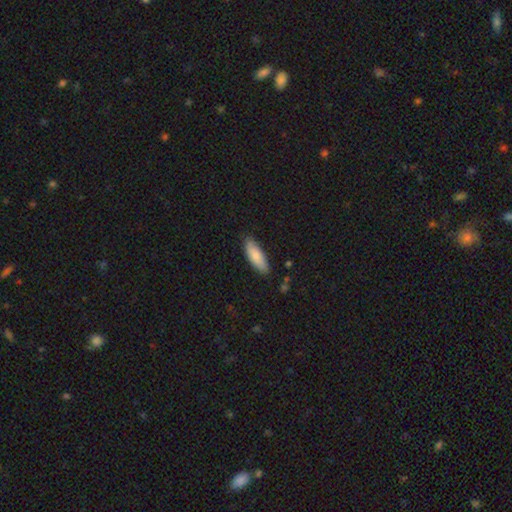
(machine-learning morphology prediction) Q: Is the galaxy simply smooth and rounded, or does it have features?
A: smooth — 84%.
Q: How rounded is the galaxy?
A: in between — 61%.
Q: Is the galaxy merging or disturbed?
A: none — 84%.